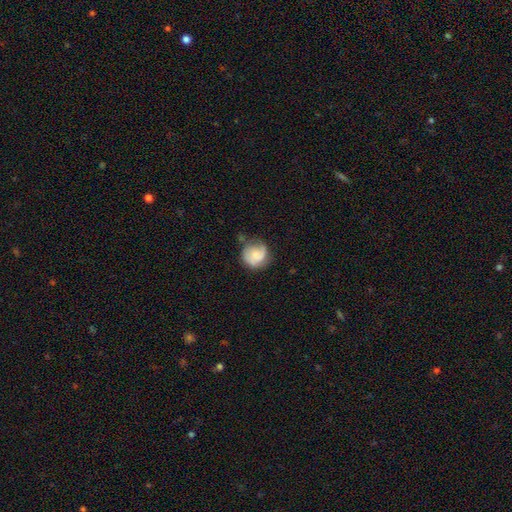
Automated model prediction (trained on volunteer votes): Smooth or featured?
  - smooth: 53% *
  - featured or disk: 39%
  - star or artifact: 8%
How rounded?
  - round: 82% *
  - in between: 17%
  - cigar-shaped: 1%
Merging?
  - none: 52% *
  - minor disturbance: 30%
  - major disturbance: 14%
  - merger: 4%